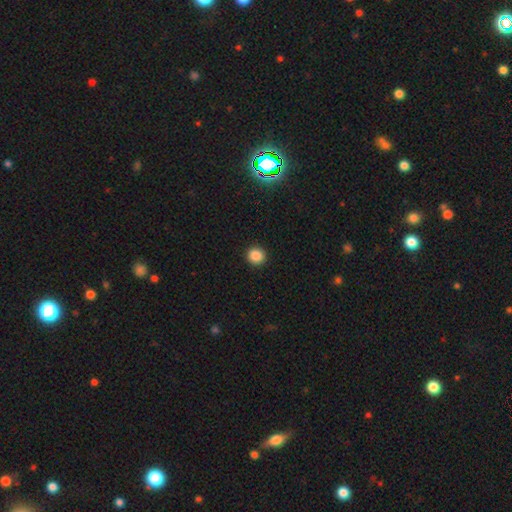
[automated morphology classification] A smooth galaxy with no disk features (87%) that is round (90%).

Vote fractions:
- Smooth or featured? smooth: 87% / star or artifact: 10% / featured or disk: 3%
- How rounded? round: 90% / in between: 9% / cigar-shaped: 1%
- Merging? none: 93% / minor disturbance: 5% / major disturbance: 2% / merger: 1%